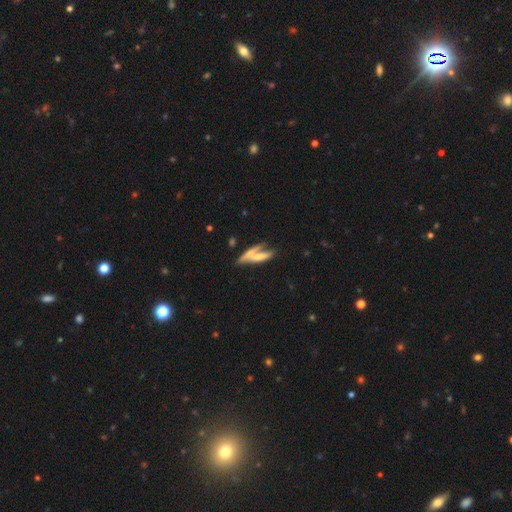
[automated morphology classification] Smooth or featured? smooth (54%)
How rounded? cigar-shaped (65%)
Merging? merger (53%)